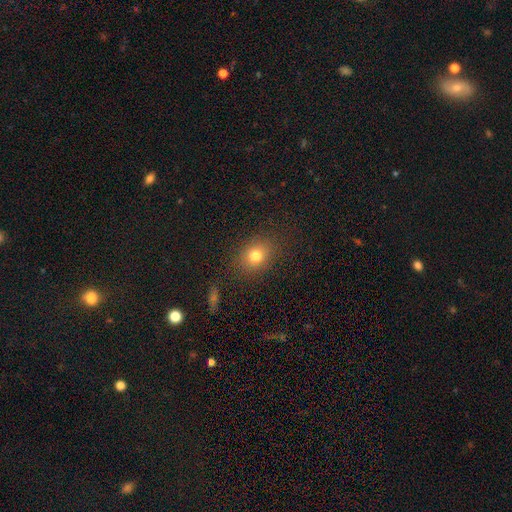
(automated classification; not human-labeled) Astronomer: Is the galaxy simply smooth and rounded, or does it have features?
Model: smooth — 77%.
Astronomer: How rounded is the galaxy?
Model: round — 53% (runner-up: in between, 45%).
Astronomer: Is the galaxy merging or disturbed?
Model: none — 84%.